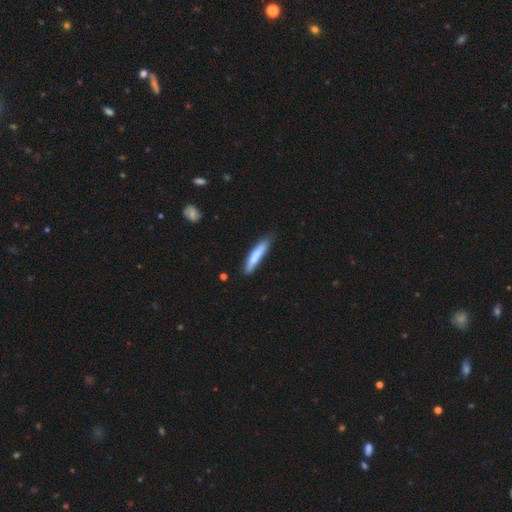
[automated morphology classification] smooth_or_featured: smooth (p=0.75) [alt: featured or disk p=0.20]
how_rounded: cigar-shaped (p=0.88) [alt: in between p=0.10]
merging: none (p=0.72) [alt: minor disturbance p=0.22]